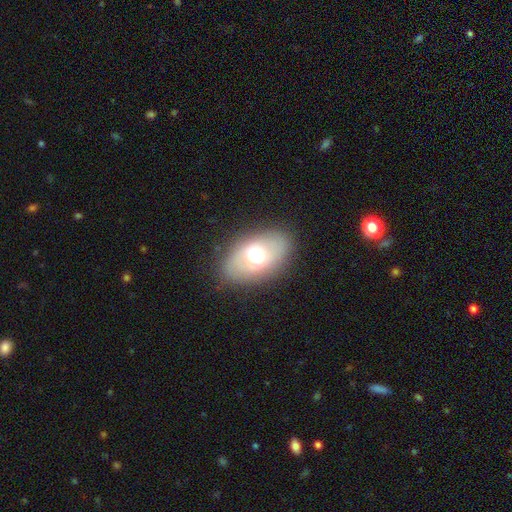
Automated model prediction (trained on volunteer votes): This is possibly a smooth galaxy (58%). How rounded: clearly in between (86%). Merging: clearly none (83%).